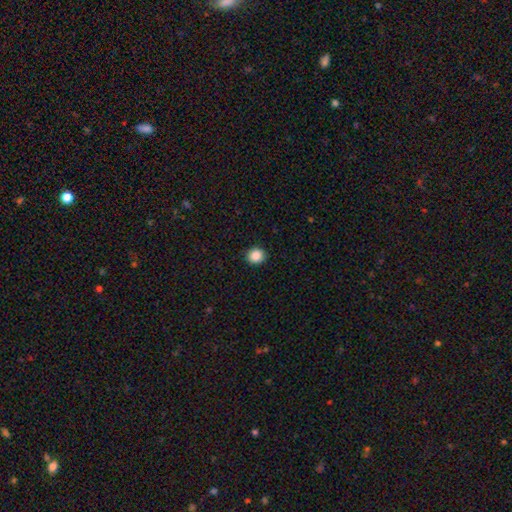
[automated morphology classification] smooth-or-featured: smooth: 88% | star or artifact: 10% | featured or disk: 3%
  how-rounded: round: 86% | in between: 13% | cigar-shaped: 1%
  merging: none: 92% | minor disturbance: 6% | major disturbance: 2% | merger: 1%